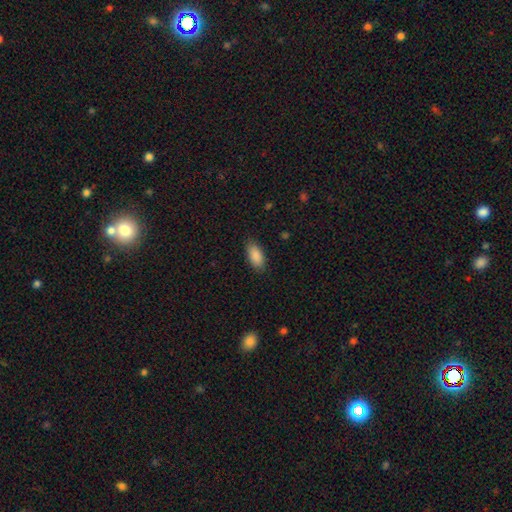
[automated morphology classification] type=smooth (89%); roundness=in between (91%); merging=none (85%).